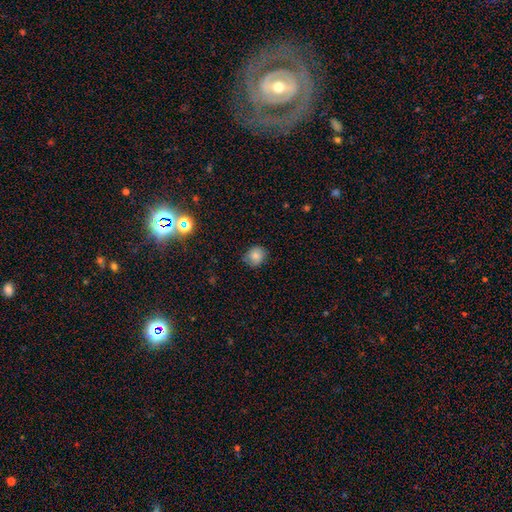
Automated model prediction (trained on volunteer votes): smooth_or_featured: smooth (p=0.82) [alt: star or artifact p=0.11]
how_rounded: round (p=0.75) [alt: in between p=0.24]
merging: none (p=0.77) [alt: minor disturbance p=0.19]